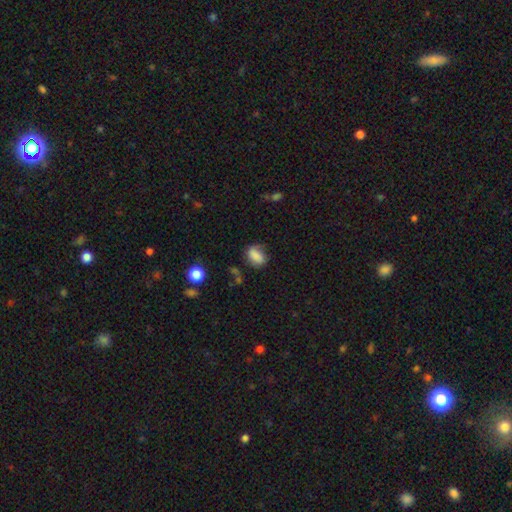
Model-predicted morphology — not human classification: smooth_or_featured: smooth (p=0.77) [alt: featured or disk p=0.13]
how_rounded: in between (p=0.76) [alt: round p=0.21]
merging: none (p=0.57) [alt: minor disturbance p=0.28]